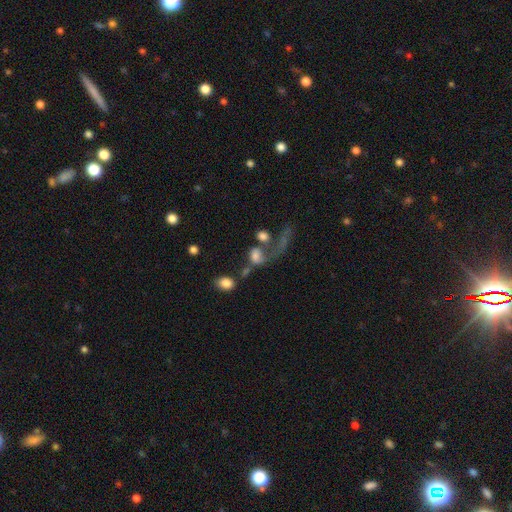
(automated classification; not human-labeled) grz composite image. It shows a smooth galaxy with no disk features (57%) that is in between round and cigar-shaped (63%). Merging: merger (38%).